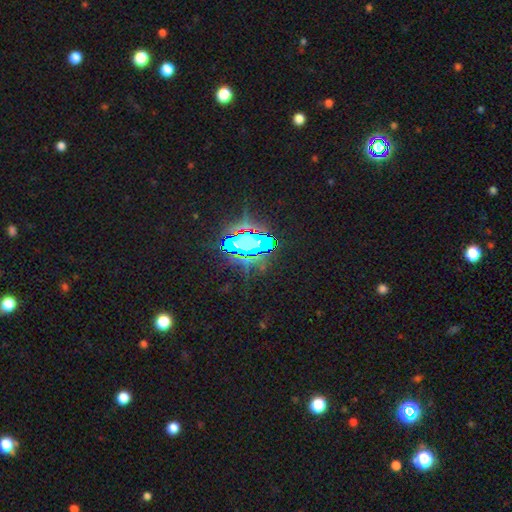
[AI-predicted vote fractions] The model was most divided on "smooth or featured": star or artifact: 81%, smooth: 11%, featured or disk: 7%.